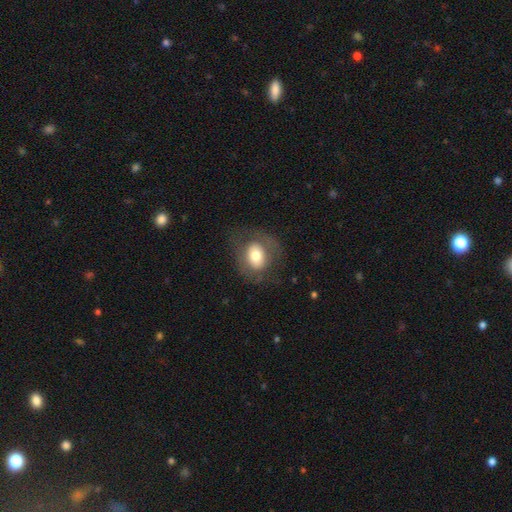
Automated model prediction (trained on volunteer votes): Smooth or featured? Predicted: smooth (p=0.63). How rounded? Predicted: in between (p=0.54). Merging? Predicted: none (p=0.67).